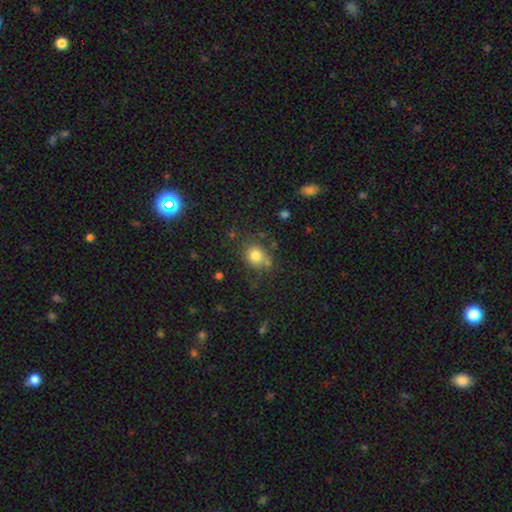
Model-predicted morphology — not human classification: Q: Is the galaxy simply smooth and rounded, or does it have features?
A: smooth — 80%.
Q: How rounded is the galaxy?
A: round — 68%.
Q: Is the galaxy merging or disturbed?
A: none — 67%.